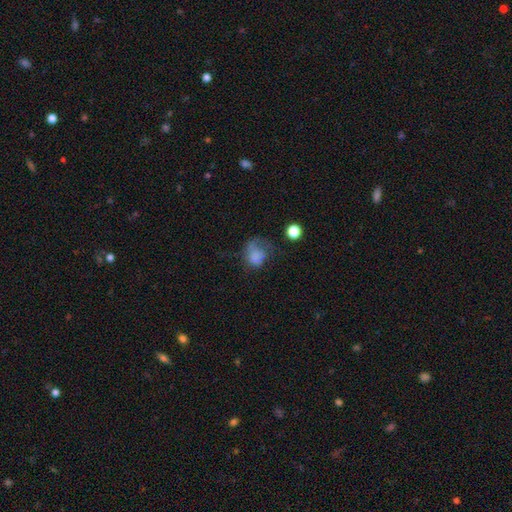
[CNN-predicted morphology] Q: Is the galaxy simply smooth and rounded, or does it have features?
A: smooth — 62%.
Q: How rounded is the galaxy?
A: round — 56%.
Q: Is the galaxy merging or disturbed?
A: major disturbance — 42%.